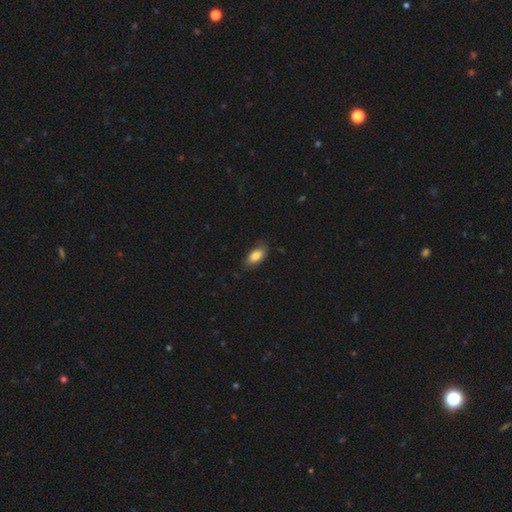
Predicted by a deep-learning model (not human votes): Overall: smooth (83%). How rounded: in between (90%). Merging: none (76%).